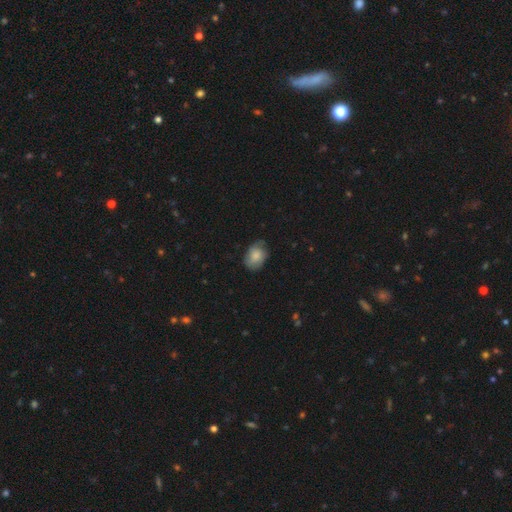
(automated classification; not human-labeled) smooth_or_featured: smooth (p=0.74) [alt: featured or disk p=0.18]
how_rounded: in between (p=0.74) [alt: round p=0.25]
merging: none (p=0.62) [alt: minor disturbance p=0.29]